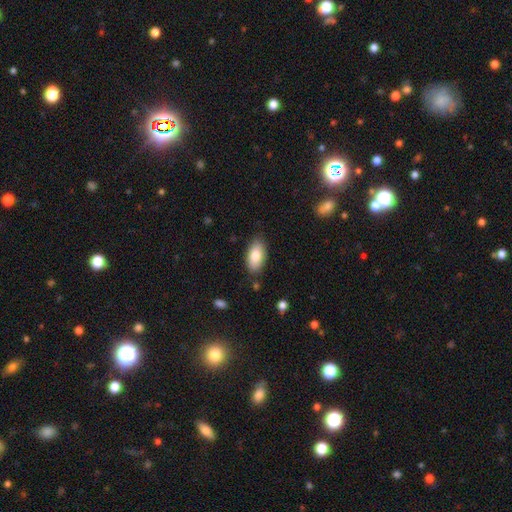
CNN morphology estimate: smooth_or_featured: smooth (p=0.82) [alt: featured or disk p=0.11]
how_rounded: in between (p=0.93) [alt: cigar-shaped p=0.04]
merging: none (p=0.84) [alt: minor disturbance p=0.12]